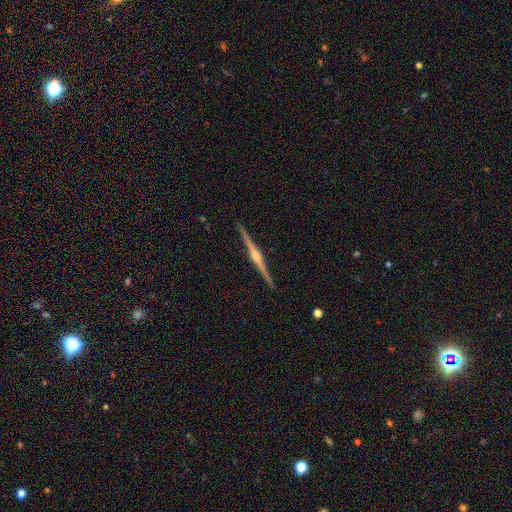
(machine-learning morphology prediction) type=featured or disk (89%); edge-on=yes (99%); edge-on bulge=rounded (92%); merging=none (93%).